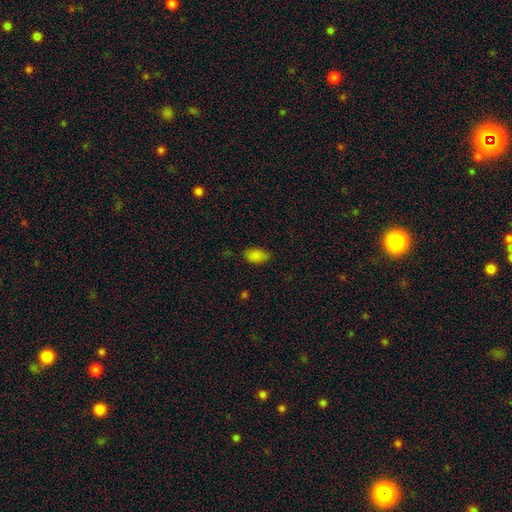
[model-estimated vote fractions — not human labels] smooth_or_featured: smooth (p=0.85) [alt: star or artifact p=0.11]
how_rounded: in between (p=0.93) [alt: round p=0.05]
merging: none (p=0.75) [alt: minor disturbance p=0.20]